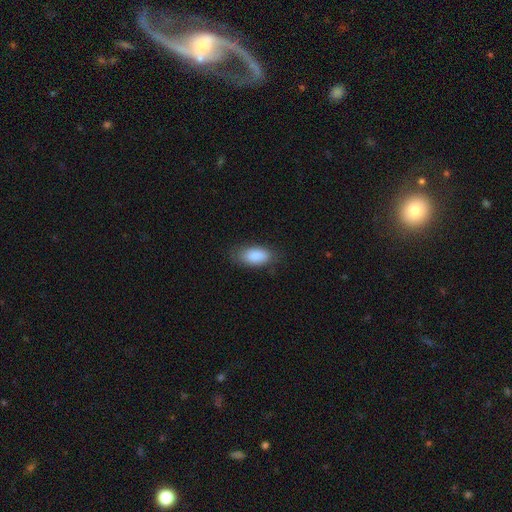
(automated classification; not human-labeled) This is clearly a smooth galaxy (88%). How rounded: clearly in between (91%). Merging: likely none (77%).